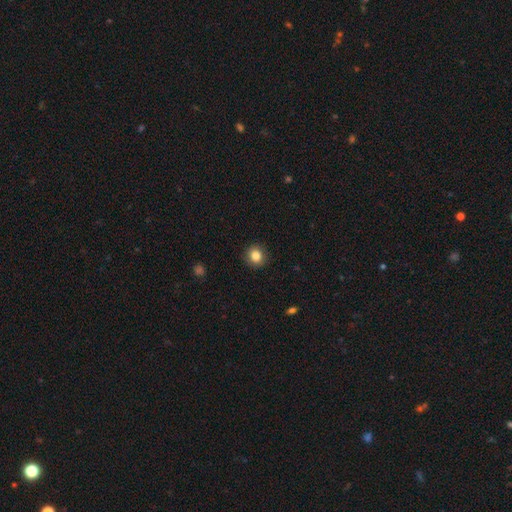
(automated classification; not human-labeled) Smooth or featured?
  - smooth: 85% *
  - star or artifact: 10%
  - featured or disk: 5%
How rounded?
  - round: 87% *
  - in between: 12%
  - cigar-shaped: 1%
Merging?
  - none: 90% *
  - minor disturbance: 7%
  - major disturbance: 2%
  - merger: 1%